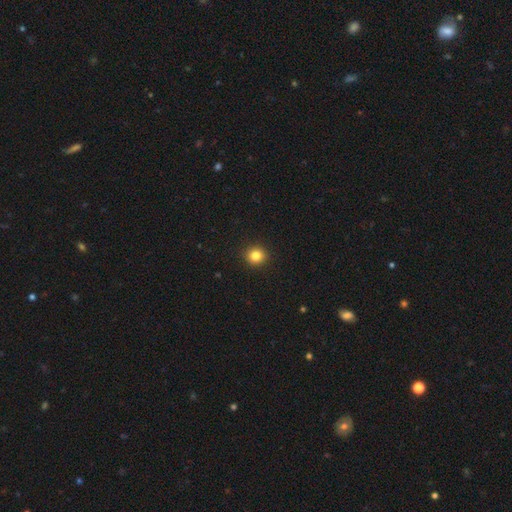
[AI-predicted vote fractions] Smooth or featured? Predicted: smooth (p=0.83). How rounded? Predicted: round (p=0.91). Merging? Predicted: none (p=0.93).